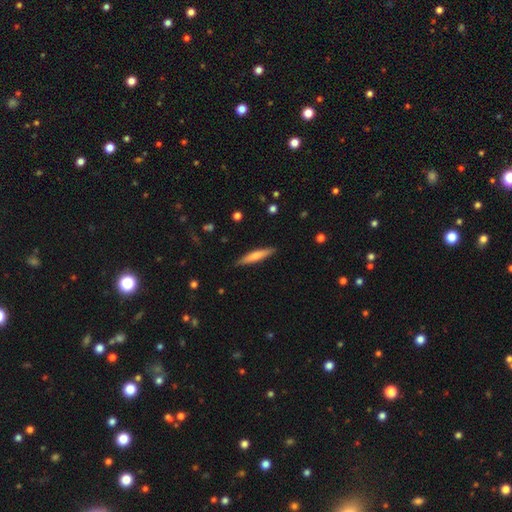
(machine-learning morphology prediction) This is likely a smooth galaxy (64%). How rounded: clearly cigar-shaped (90%). Merging: clearly none (88%).